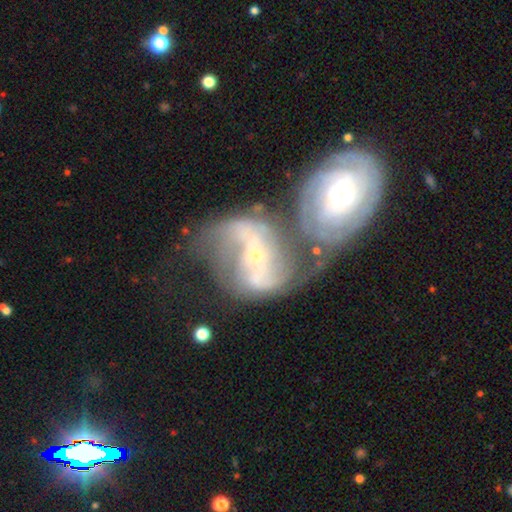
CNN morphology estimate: Smooth or featured?
  - featured or disk: 83% *
  - smooth: 11%
  - star or artifact: 7%
Edge-on disk?
  - no: 96% *
  - yes: 4%
Bar?
  - no: 37% *
  - weak: 33%
  - strong: 30%
Spiral arms?
  - yes: 90% *
  - no: 10%
Spiral winding?
  - loose: 40% *
  - medium: 39%
  - tight: 21%
Spiral arm count?
  - 2: 65% *
  - can't tell: 17%
  - 3: 8%
  - 1: 5%
  - 4: 3%
  - more than 4: 3%
Bulge size?
  - small: 64% *
  - moderate: 28%
  - none: 4%
  - large: 3%
  - dominant: 1%
Merging?
  - merger: 60% *
  - none: 17%
  - major disturbance: 13%
  - minor disturbance: 10%